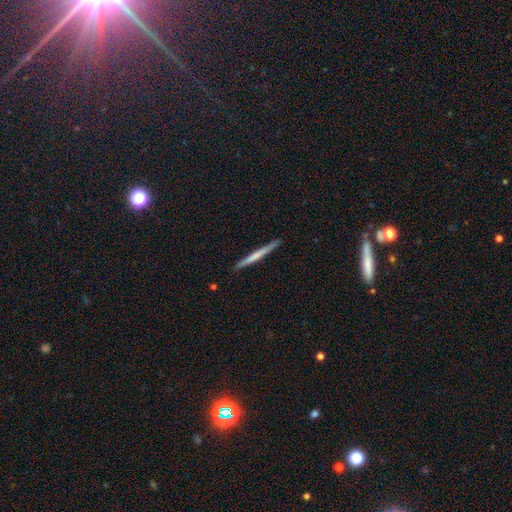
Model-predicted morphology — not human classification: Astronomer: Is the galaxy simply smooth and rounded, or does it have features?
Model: smooth — 55% (runner-up: featured or disk, 40%).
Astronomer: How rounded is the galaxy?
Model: cigar-shaped — 97%.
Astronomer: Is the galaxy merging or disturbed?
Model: none — 90%.